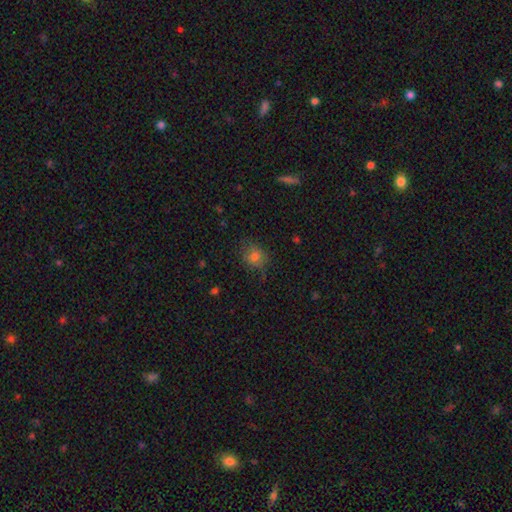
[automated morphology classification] Smooth or featured?
  - smooth: 73% *
  - star or artifact: 17%
  - featured or disk: 9%
How rounded?
  - round: 67% *
  - in between: 32%
  - cigar-shaped: 1%
Merging?
  - none: 77% *
  - minor disturbance: 17%
  - major disturbance: 5%
  - merger: 2%